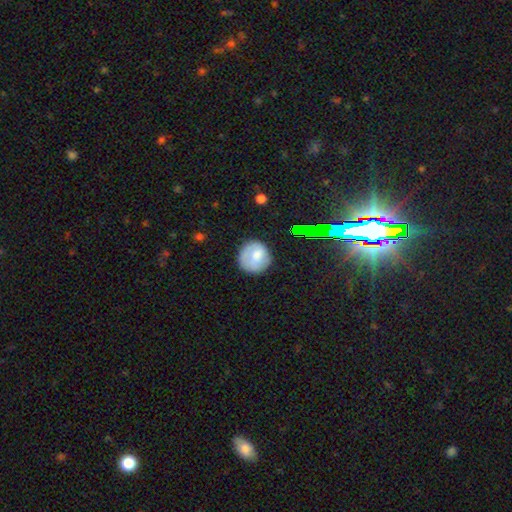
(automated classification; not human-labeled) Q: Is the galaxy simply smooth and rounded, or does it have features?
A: smooth — 73%.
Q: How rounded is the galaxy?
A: round — 88%.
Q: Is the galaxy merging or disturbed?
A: none — 74%.